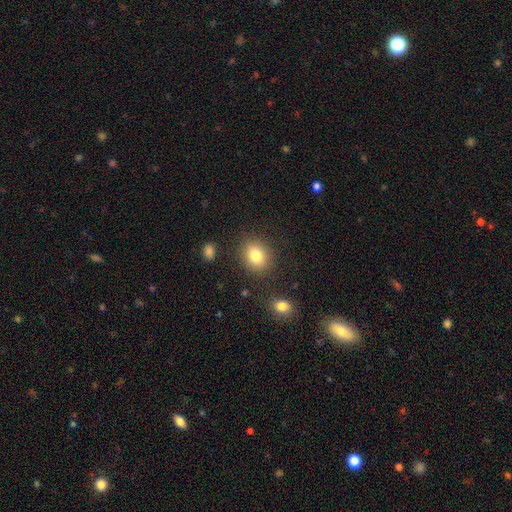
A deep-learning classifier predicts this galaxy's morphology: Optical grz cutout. It shows a smooth galaxy with no disk features (82%) that is round (65%). Merging: none (85%).